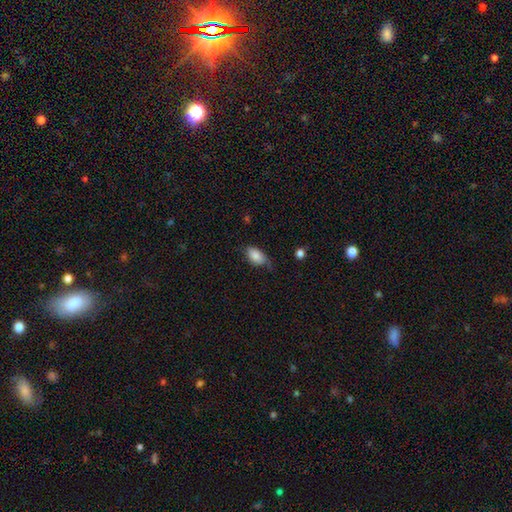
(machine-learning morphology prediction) A smooth galaxy with no disk features (82%) that is in between round and cigar-shaped (92%). Merging: none (52%).